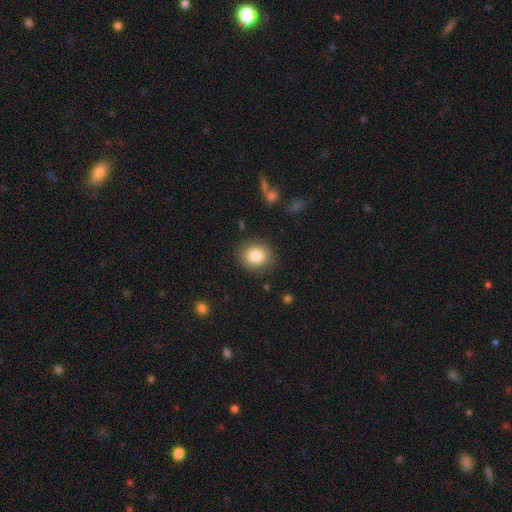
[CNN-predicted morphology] Overall: smooth (84%). How rounded: round (77%). Merging: none (86%).